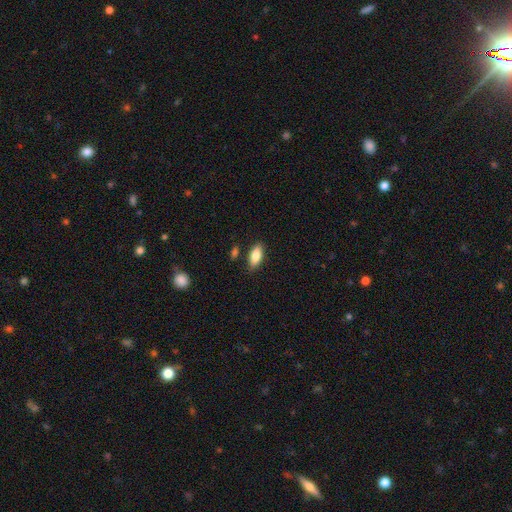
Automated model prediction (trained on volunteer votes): smooth_or_featured: smooth (p=0.83) [alt: featured or disk p=0.11]
how_rounded: in between (p=0.84) [alt: cigar-shaped p=0.13]
merging: none (p=0.82) [alt: minor disturbance p=0.12]